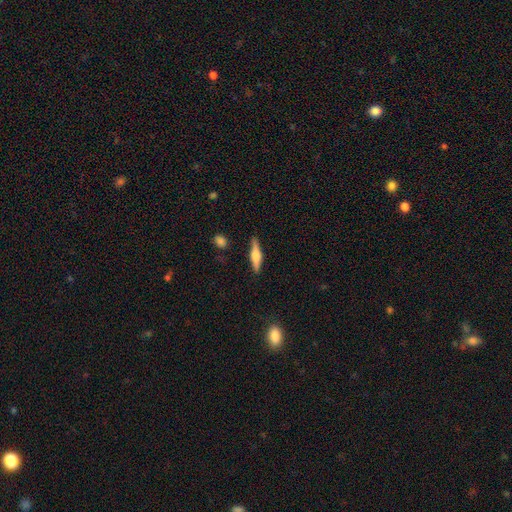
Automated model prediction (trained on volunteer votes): Q: Smooth or featured?
A: featured or disk (56%); runner-up: smooth (37%)
Q: Edge-on disk?
A: yes (97%); runner-up: no (3%)
Q: Edge-on bulge?
A: rounded (85%); runner-up: boxy (12%)
Q: Merging?
A: none (88%); runner-up: minor disturbance (9%)